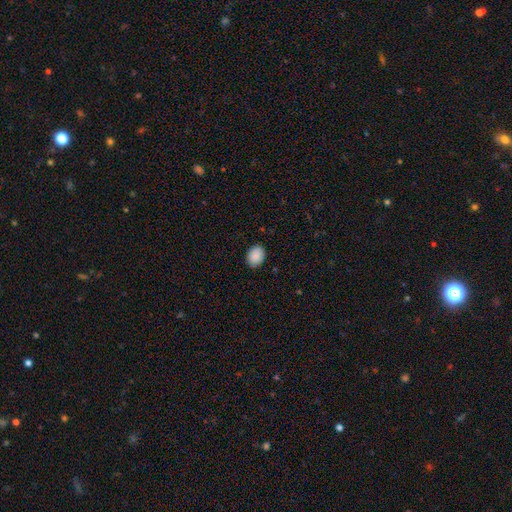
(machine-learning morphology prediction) A smooth galaxy with no disk features (90%) that is in between round and cigar-shaped (68%).

Vote fractions:
- Smooth or featured? smooth: 90% / star or artifact: 7% / featured or disk: 3%
- How rounded? in between: 68% / round: 31% / cigar-shaped: 1%
- Merging? none: 88% / minor disturbance: 9% / major disturbance: 2% / merger: 1%